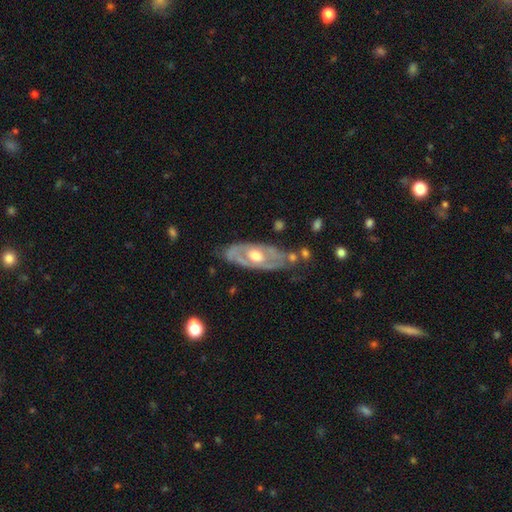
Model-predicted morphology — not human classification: smooth-or-featured: featured or disk: 73% | smooth: 22% | star or artifact: 5%
  disk-edge-on: no: 82% | yes: 18%
    bar: no: 75% | weak: 20% | strong: 6%
    has-spiral-arms: no: 55% | yes: 45%
    bulge-size: moderate: 71% | large: 18% | small: 9% | none: 1% | dominant: 1%
  merging: none: 66% | minor disturbance: 23% | major disturbance: 7% | merger: 4%